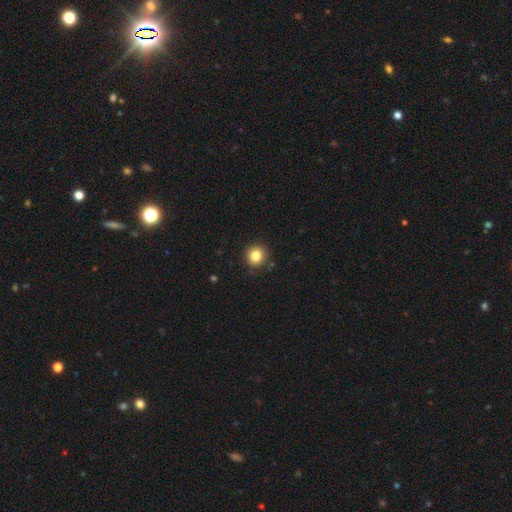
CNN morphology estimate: Overall: smooth (83%). How rounded: round (92%). Merging: none (89%).